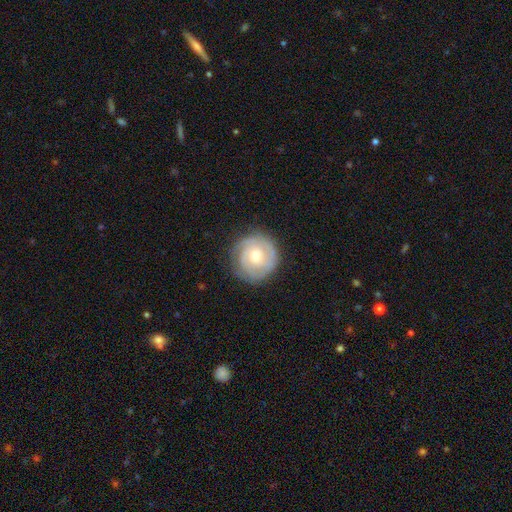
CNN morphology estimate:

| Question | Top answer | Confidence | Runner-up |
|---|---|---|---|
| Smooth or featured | featured or disk | 61% | smooth (32%) |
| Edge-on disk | no | 97% | yes (3%) |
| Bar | no | 75% | weak (21%) |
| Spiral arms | yes | 81% | no (19%) |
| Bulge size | moderate | 65% | small (30%) |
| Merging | none | 79% | minor disturbance (15%) |